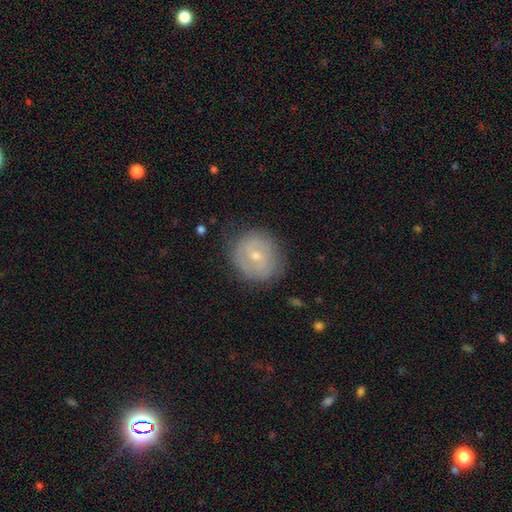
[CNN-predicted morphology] smooth-or-featured: featured or disk: 57% | smooth: 35% | star or artifact: 8%
  disk-edge-on: no: 96% | yes: 4%
    bar: no: 61% | weak: 32% | strong: 7%
    has-spiral-arms: yes: 64% | no: 36%
    bulge-size: small: 57% | moderate: 39% | large: 1% | none: 1% | dominant: 1%
  merging: none: 77% | minor disturbance: 16% | major disturbance: 5% | merger: 1%